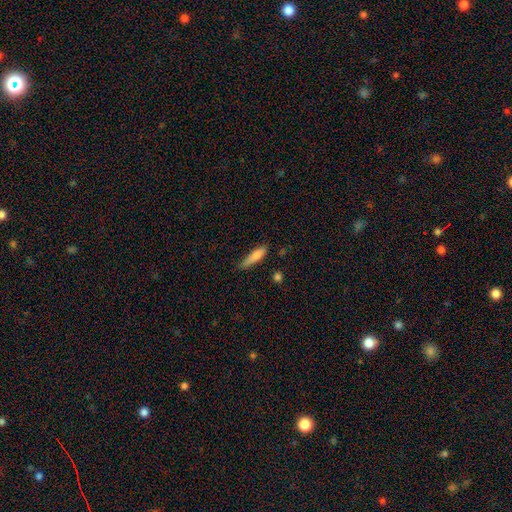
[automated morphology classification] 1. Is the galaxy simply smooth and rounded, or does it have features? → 79% smooth, 15% featured or disk, 7% star or artifact.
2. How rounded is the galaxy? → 71% cigar-shaped, 27% in between, 2% round.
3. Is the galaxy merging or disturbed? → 57% none, 32% minor disturbance, 7% major disturbance, 3% merger.